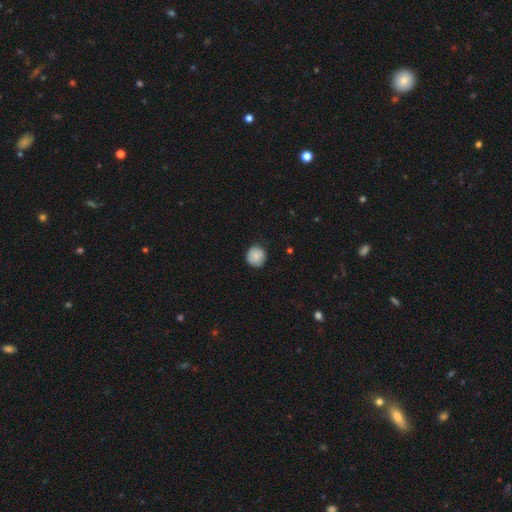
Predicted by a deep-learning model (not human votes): This is clearly a smooth galaxy (85%). How rounded: clearly round (93%). Merging: clearly none (83%).